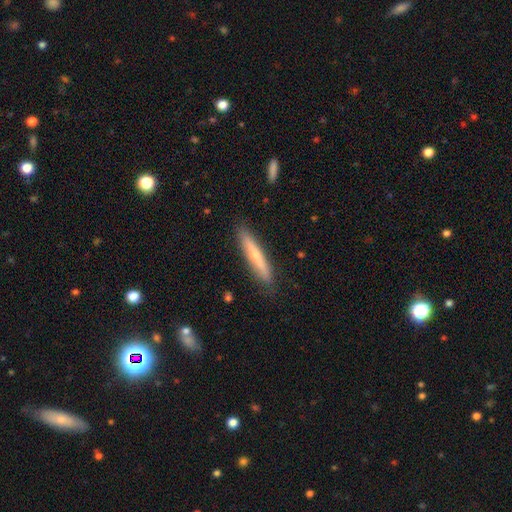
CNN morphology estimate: Q: Smooth or featured?
A: smooth (55%); runner-up: featured or disk (39%)
Q: How rounded?
A: cigar-shaped (93%); runner-up: in between (6%)
Q: Merging?
A: none (87%); runner-up: minor disturbance (10%)